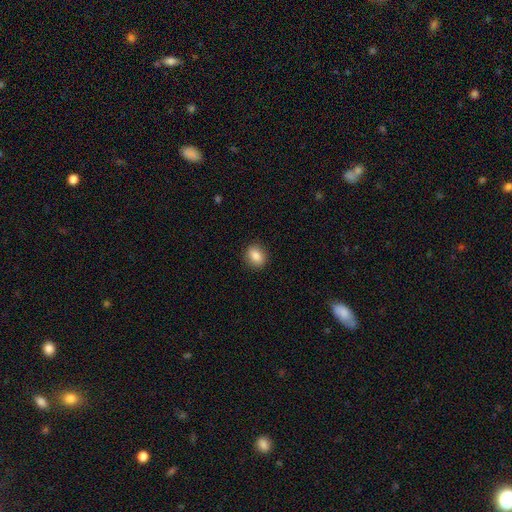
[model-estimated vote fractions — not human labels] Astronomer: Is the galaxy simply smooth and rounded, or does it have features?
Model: smooth — 84%.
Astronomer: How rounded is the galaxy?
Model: round — 53% (runner-up: in between, 45%).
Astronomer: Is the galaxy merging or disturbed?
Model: none — 89%.